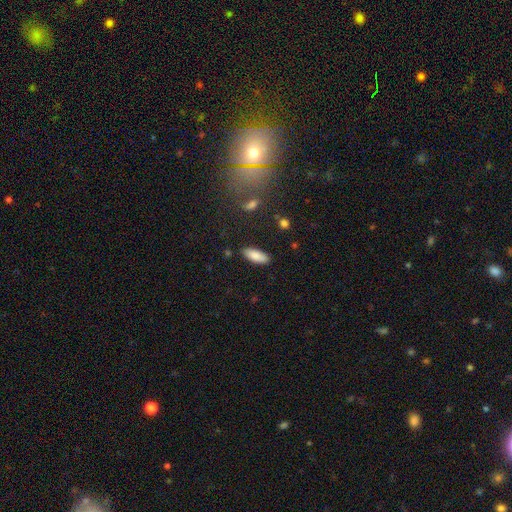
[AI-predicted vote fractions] This is clearly a smooth galaxy (86%). How rounded: likely in between (73%). Merging: clearly none (86%).